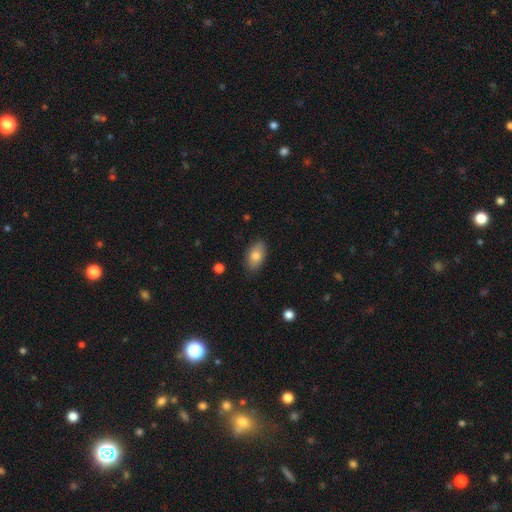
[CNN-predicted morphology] smooth-or-featured: smooth: 78% | featured or disk: 14% | star or artifact: 8%
  how-rounded: in between: 91% | round: 7% | cigar-shaped: 2%
  merging: none: 84% | minor disturbance: 13% | major disturbance: 2% | merger: 1%